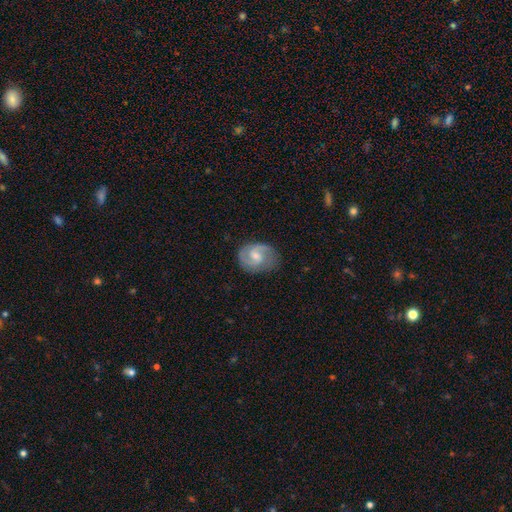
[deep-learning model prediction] The model was most divided on "bulge size": moderate: 48%, small: 41%, none: 6%, large: 3%, dominant: 1%. More confident: edge-on disk — no (98%); spiral arms — yes (96%); spiral arm count — 2 (84%); smooth or featured — featured or disk (79%); merging — none (75%); bar — weak (57%); spiral winding — medium (53%).